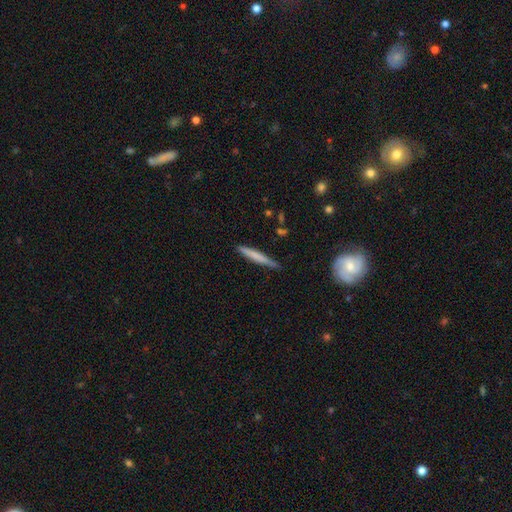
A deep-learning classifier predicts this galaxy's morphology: Smooth or featured: smooth — 62% (featured or disk — 32%)
How rounded: cigar-shaped — 96% (in between — 3%)
Merging: none — 80% (minor disturbance — 16%)